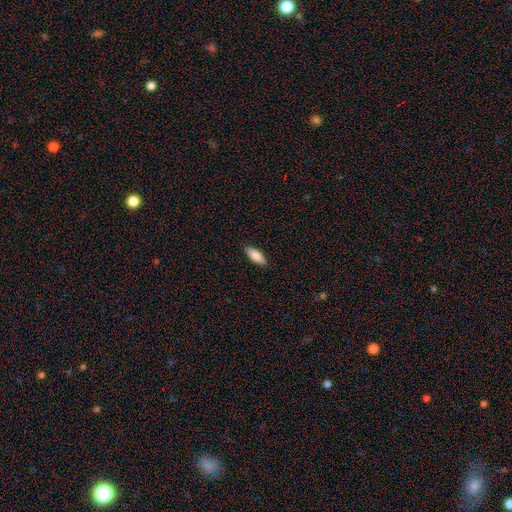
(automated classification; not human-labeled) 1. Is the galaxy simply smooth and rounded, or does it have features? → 82% smooth, 12% featured or disk, 6% star or artifact.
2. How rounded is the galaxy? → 64% in between, 34% cigar-shaped, 2% round.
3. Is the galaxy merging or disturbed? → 89% none, 9% minor disturbance, 2% major disturbance, 1% merger.